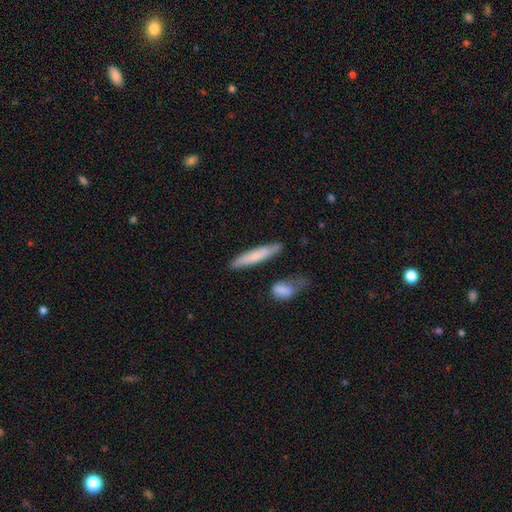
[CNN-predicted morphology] A smooth galaxy with no disk features (68%) that is cigar-shaped (88%). Merging: none (74%).